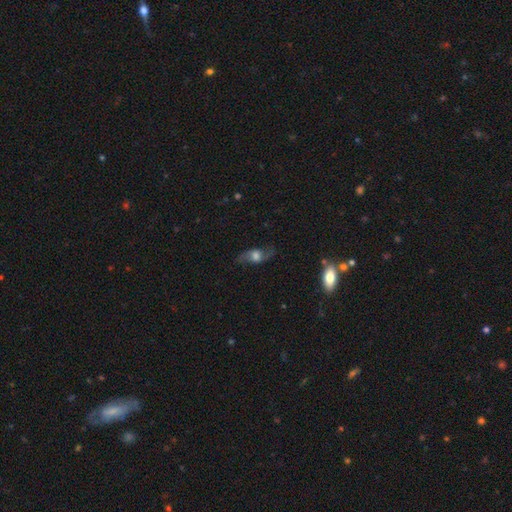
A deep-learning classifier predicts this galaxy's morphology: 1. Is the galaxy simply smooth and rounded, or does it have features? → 59% featured or disk, 32% smooth, 9% star or artifact.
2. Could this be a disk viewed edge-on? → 74% no, 26% yes.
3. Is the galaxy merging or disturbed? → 71% none, 18% minor disturbance, 10% major disturbance, 2% merger.